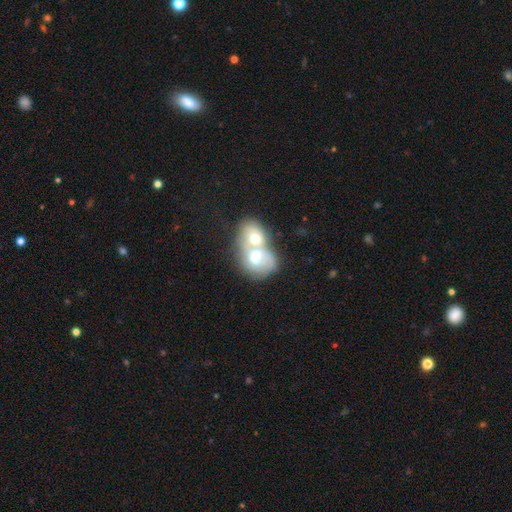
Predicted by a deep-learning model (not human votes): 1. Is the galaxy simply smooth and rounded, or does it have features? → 51% smooth, 41% featured or disk, 8% star or artifact.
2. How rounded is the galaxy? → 54% in between, 45% round, 1% cigar-shaped.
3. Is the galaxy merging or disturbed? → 83% merger, 9% none, 4% minor disturbance, 4% major disturbance.